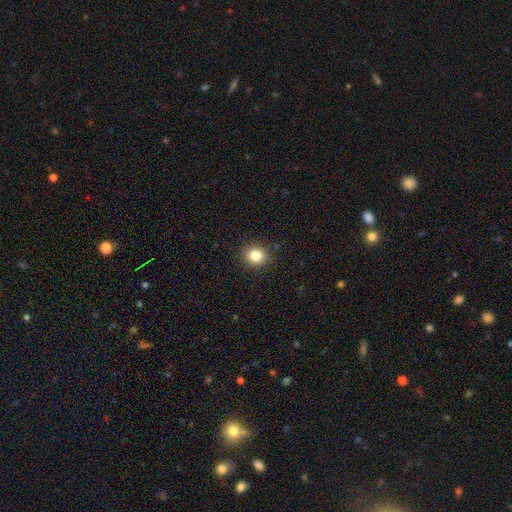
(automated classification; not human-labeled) This appears to be a smooth galaxy with no disk features (83%) that is round (80%). Merging: none (91%).